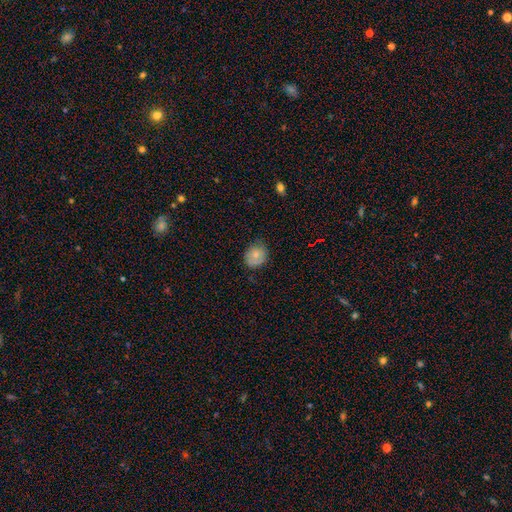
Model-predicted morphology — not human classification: This appears to be a smooth galaxy with no disk features (71%) that is round (69%). Merging: none (71%).